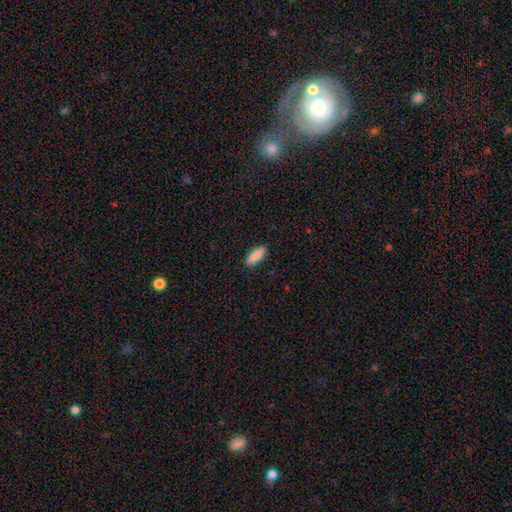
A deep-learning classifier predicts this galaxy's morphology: Smooth or featured?
  - smooth: 90% *
  - star or artifact: 6%
  - featured or disk: 4%
How rounded?
  - in between: 67% *
  - cigar-shaped: 31%
  - round: 2%
Merging?
  - none: 90% *
  - minor disturbance: 7%
  - major disturbance: 2%
  - merger: 1%